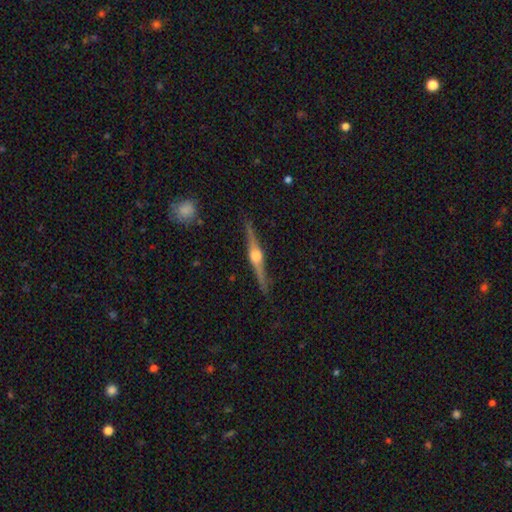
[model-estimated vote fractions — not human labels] featured or disk 85%, smooth 9%, star or artifact 6%. Down the decision tree: edge-on disk — yes (98%); edge-on bulge — rounded (92%); merging — none (89%).